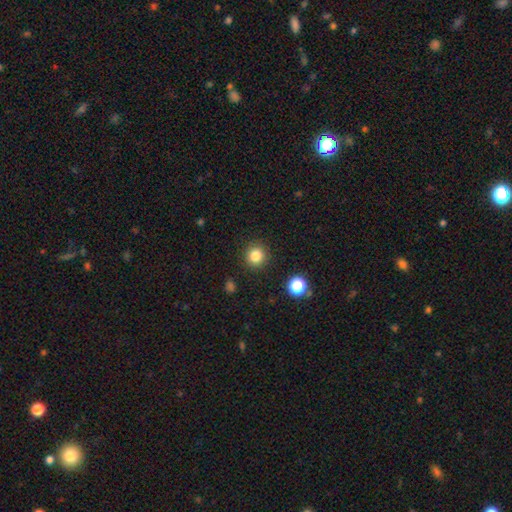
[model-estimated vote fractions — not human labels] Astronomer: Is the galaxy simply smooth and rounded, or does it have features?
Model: smooth — 83%.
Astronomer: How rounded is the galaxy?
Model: round — 93%.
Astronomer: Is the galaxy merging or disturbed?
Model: none — 91%.